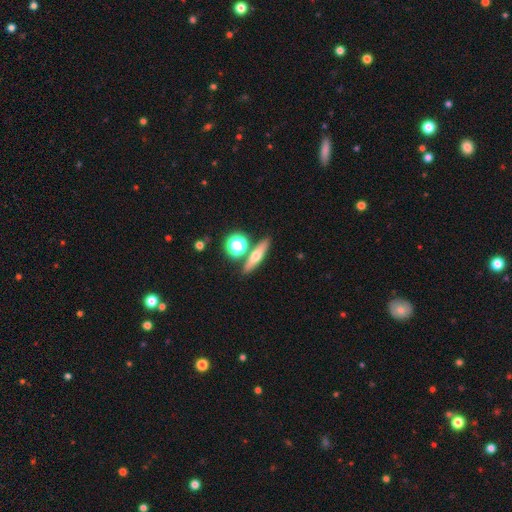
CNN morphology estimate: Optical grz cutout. It shows a smooth galaxy with no disk features (51%) that is cigar-shaped (58%). Merging: none (78%).